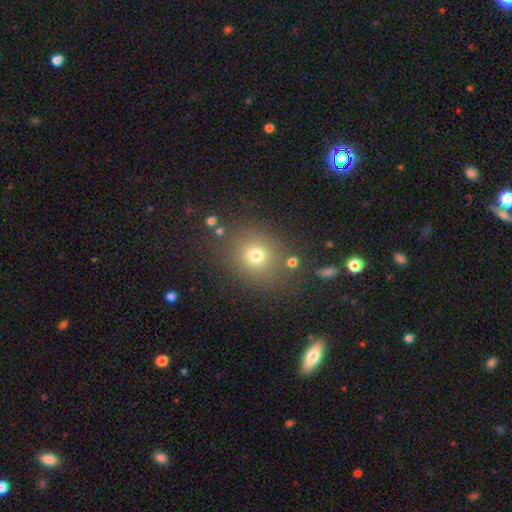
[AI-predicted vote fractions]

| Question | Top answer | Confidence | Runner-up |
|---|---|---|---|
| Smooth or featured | smooth | 73% | star or artifact (17%) |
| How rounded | round | 75% | in between (24%) |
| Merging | none | 79% | minor disturbance (10%) |